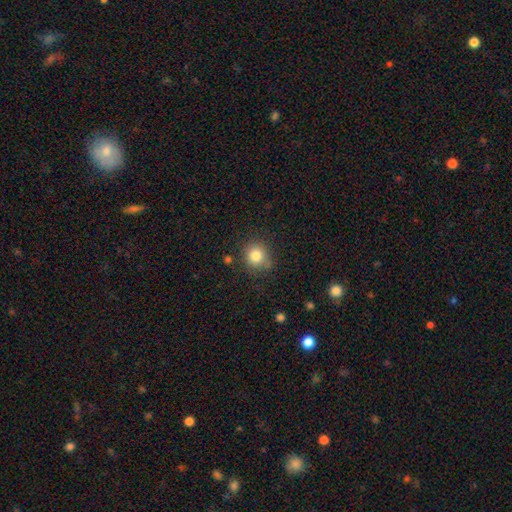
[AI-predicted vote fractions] A smooth galaxy with no disk features (82%) that is round (88%). Merging: none (80%).